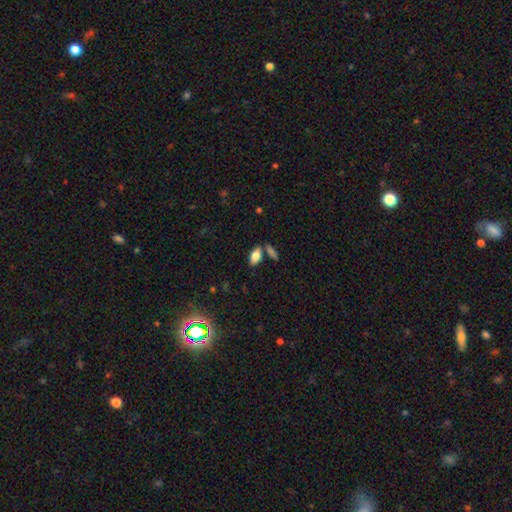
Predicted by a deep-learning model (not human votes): The model was most divided on "merging": none: 72%, merger: 14%, minor disturbance: 11%, major disturbance: 3%. More confident: how rounded — in between (88%); smooth or featured — smooth (79%).